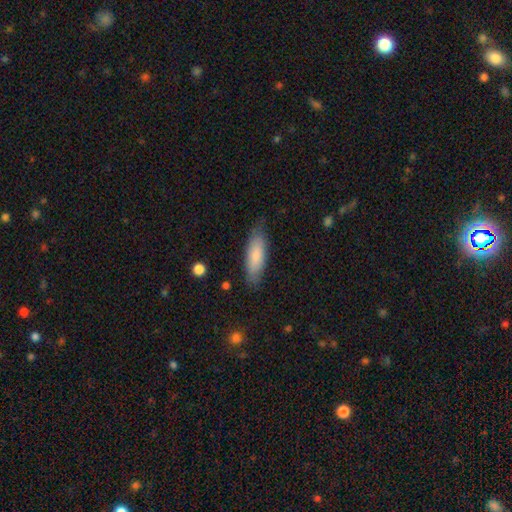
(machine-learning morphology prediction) Q: Smooth or featured?
A: smooth (82%); runner-up: featured or disk (12%)
Q: How rounded?
A: in between (54%); runner-up: cigar-shaped (45%)
Q: Merging?
A: none (81%); runner-up: minor disturbance (14%)